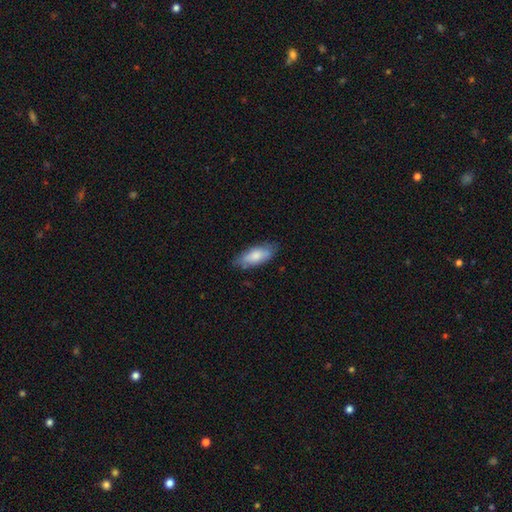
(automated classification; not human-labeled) Overall: smooth (77%). How rounded: in between (78%). Merging: none (75%).